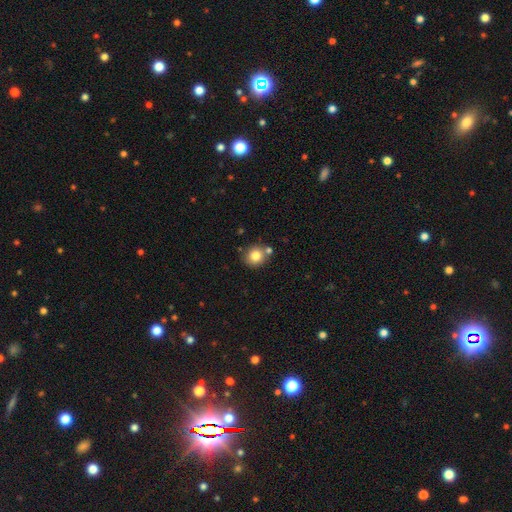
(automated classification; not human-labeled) Morphology: type=smooth (81%); roundness=round (88%); merging=none (72%).